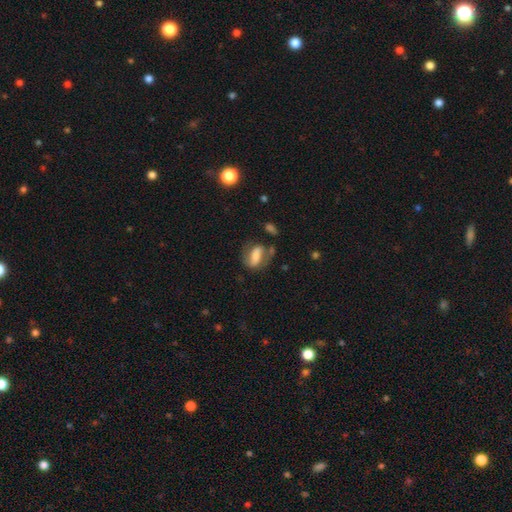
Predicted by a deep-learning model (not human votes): Smooth or featured? Predicted: smooth (p=0.51). How rounded? Predicted: in between (p=0.78). Merging? Predicted: none (p=0.51).